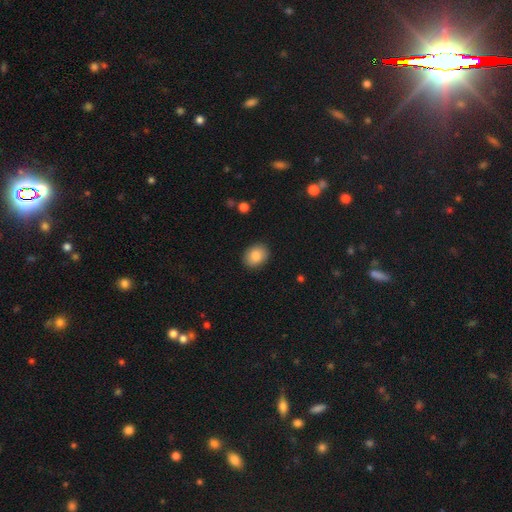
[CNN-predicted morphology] Smooth or featured? smooth (86%)
How rounded? in between (57%)
Merging? none (89%)